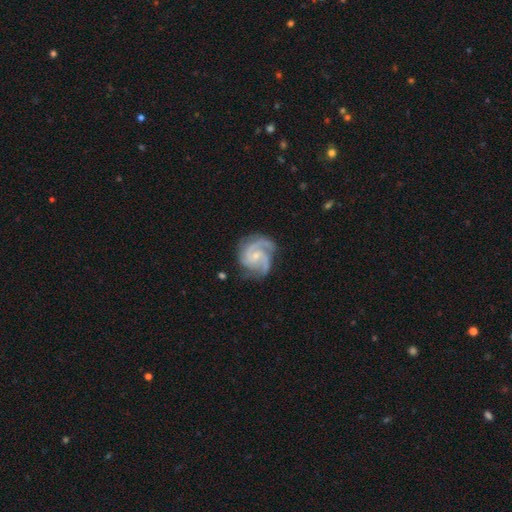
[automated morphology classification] Smooth or featured? Predicted: featured or disk (p=0.92). Edge-on disk? Predicted: no (p=0.98). Bar? Predicted: no (p=0.61). Spiral arms? Predicted: yes (p=0.99). Spiral winding? Predicted: medium (p=0.49). Spiral arm count? Predicted: 3 (p=0.50). Bulge size? Predicted: small (p=0.69). Merging? Predicted: none (p=0.70).